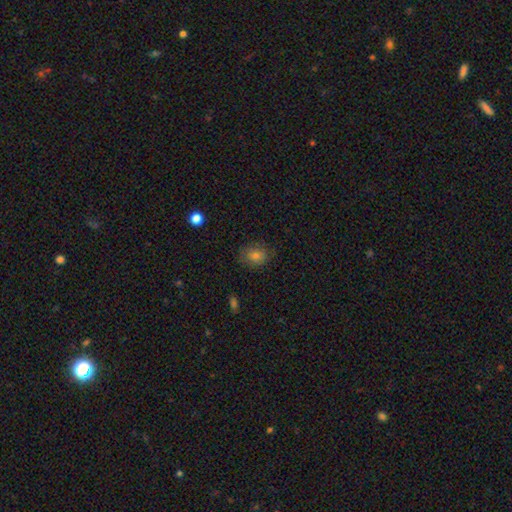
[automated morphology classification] The model was most divided on "how rounded": round: 54%, in between: 45%, cigar-shaped: 1%. More confident: merging — none (79%); smooth or featured — smooth (75%).